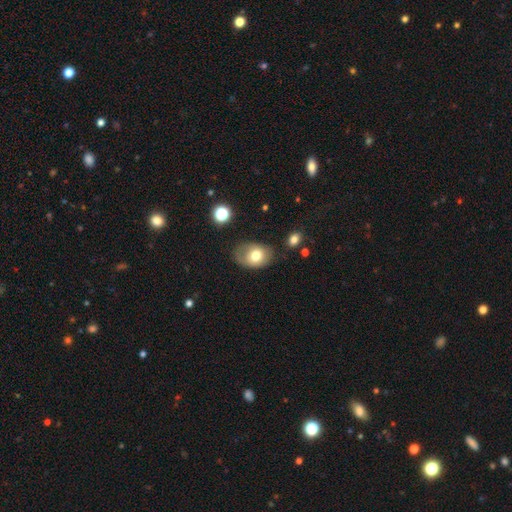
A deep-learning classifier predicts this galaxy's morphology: Smooth or featured? smooth (69%)
How rounded? in between (74%)
Merging? none (56%)